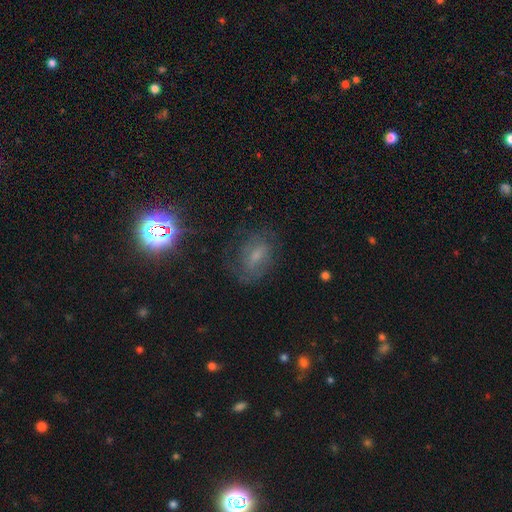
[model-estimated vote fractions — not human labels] Overall: featured or disk (44%; smooth 31%). Merging: none (68%).